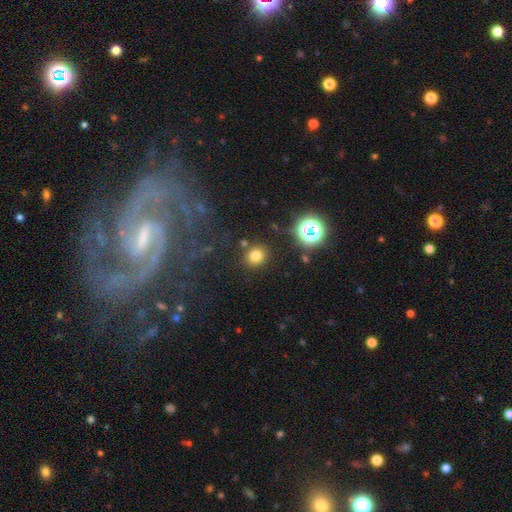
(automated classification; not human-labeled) Smooth or featured? smooth (75%)
How rounded? round (80%)
Merging? none (83%)